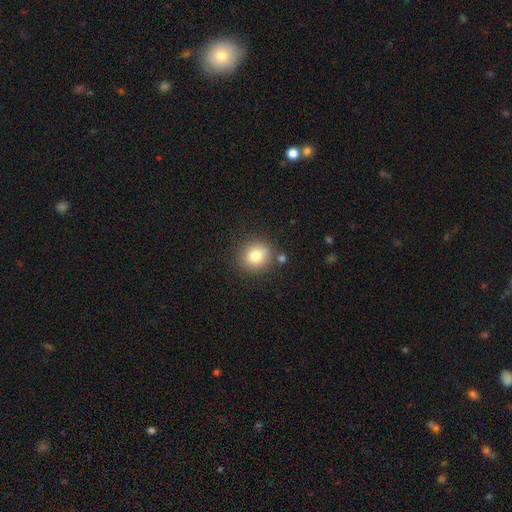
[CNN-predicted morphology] Smooth or featured? smooth (79%)
How rounded? round (84%)
Merging? none (81%)